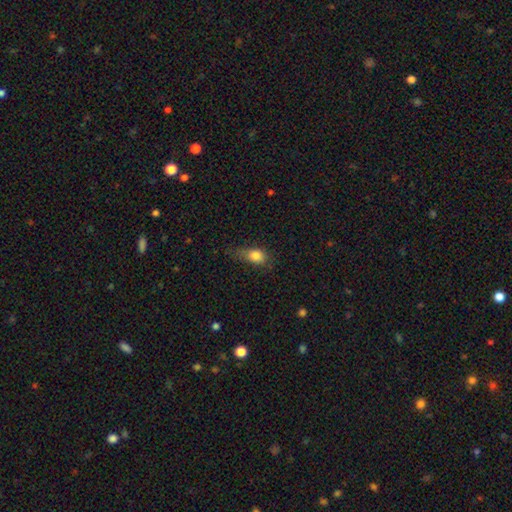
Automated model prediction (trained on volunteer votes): Overall: smooth (82%). How rounded: in between (73%). Merging: none (46%; minor disturbance 36%).